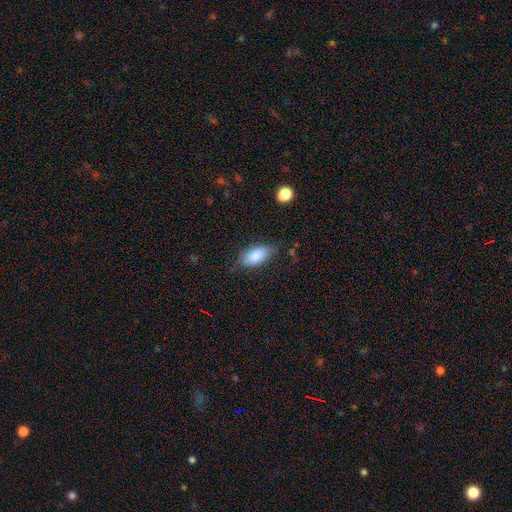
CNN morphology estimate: The model was most divided on "merging": none: 70%, minor disturbance: 22%, major disturbance: 6%, merger: 2%. More confident: how rounded — in between (91%); smooth or featured — smooth (84%).